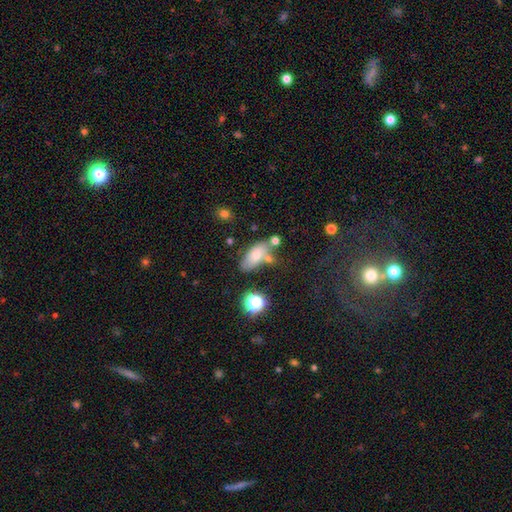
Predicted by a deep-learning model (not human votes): smooth_or_featured: smooth (p=0.68) [alt: featured or disk p=0.20]
how_rounded: in between (p=0.85) [alt: cigar-shaped p=0.11]
merging: none (p=0.50) [alt: minor disturbance p=0.22]